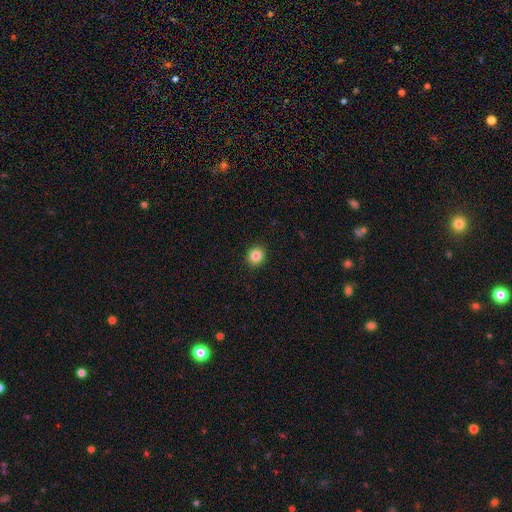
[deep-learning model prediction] Smooth or featured? Predicted: smooth (p=0.84). How rounded? Predicted: round (p=0.83). Merging? Predicted: none (p=0.92).